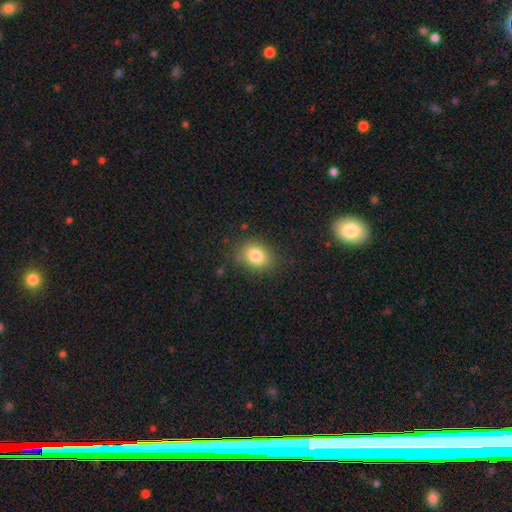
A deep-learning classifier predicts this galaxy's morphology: smooth 82%, star or artifact 10%, featured or disk 8%. Down the decision tree: how rounded — in between (57%); merging — none (81%).